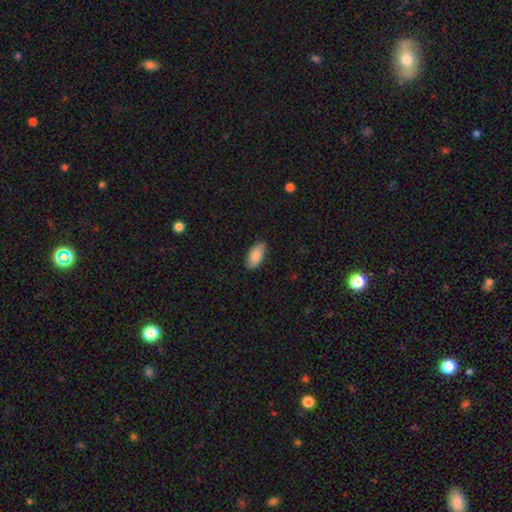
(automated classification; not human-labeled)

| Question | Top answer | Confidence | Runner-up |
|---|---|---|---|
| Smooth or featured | smooth | 87% | featured or disk (7%) |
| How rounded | in between | 92% | cigar-shaped (6%) |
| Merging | none | 84% | minor disturbance (13%) |